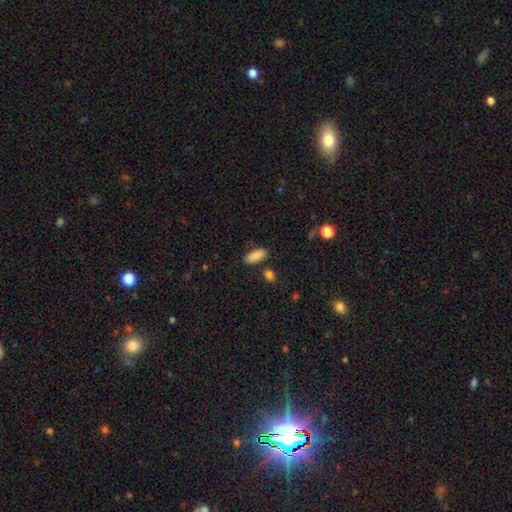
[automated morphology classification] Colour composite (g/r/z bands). It shows a smooth galaxy with no disk features (87%) that is in between round and cigar-shaped (82%). Merging: none (81%).